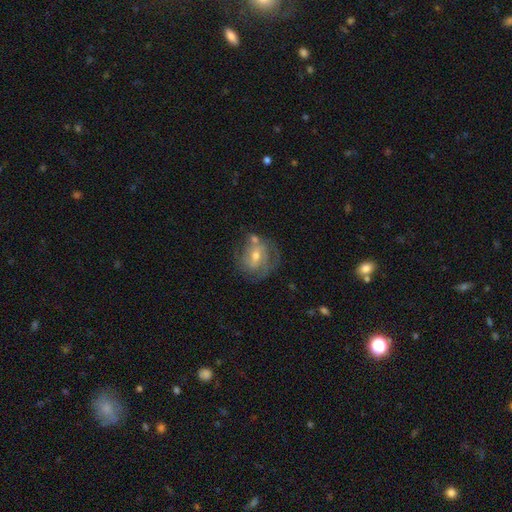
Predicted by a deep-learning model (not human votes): featured or disk 69%, smooth 24%, star or artifact 7%. Down the decision tree: edge-on disk — no (96%); bar — weak (49%); spiral arms — yes (81%); spiral arm count — 2 (37%); spiral winding — tight (47%); bulge size — moderate (64%); merging — none (53%).